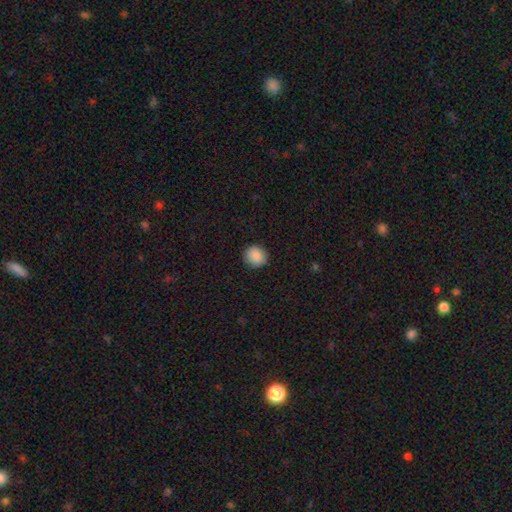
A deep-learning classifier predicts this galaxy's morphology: Smooth or featured?
  - smooth: 89% *
  - star or artifact: 8%
  - featured or disk: 3%
How rounded?
  - round: 89% *
  - in between: 10%
  - cigar-shaped: 1%
Merging?
  - none: 90% *
  - minor disturbance: 7%
  - major disturbance: 2%
  - merger: 1%